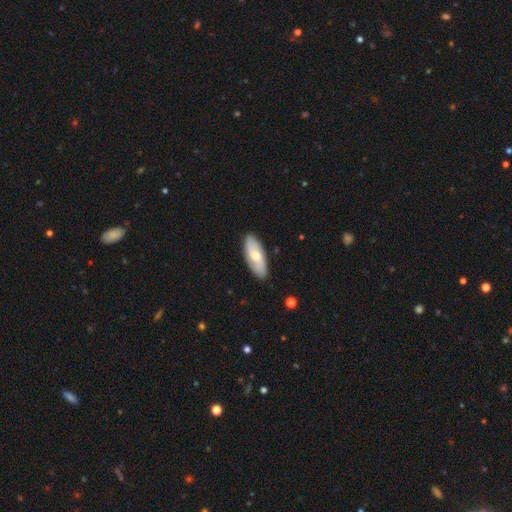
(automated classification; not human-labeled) smooth_or_featured: smooth (p=0.57) [alt: featured or disk p=0.38]
how_rounded: in between (p=0.79) [alt: cigar-shaped p=0.19]
merging: none (p=0.87) [alt: minor disturbance p=0.10]